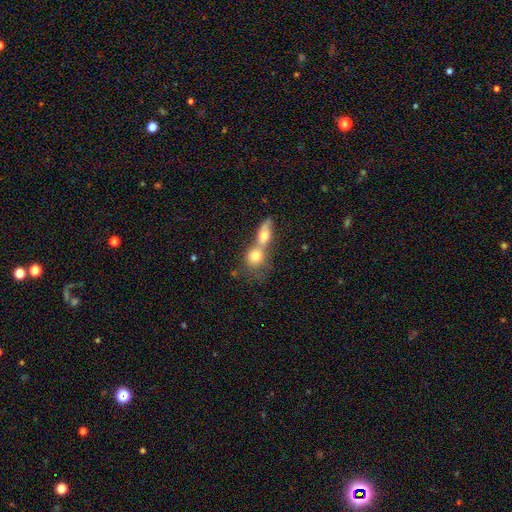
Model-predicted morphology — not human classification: smooth-or-featured: smooth: 72% | featured or disk: 19% | star or artifact: 8%
  how-rounded: round: 60% | in between: 35% | cigar-shaped: 5%
  merging: merger: 72% | none: 19% | minor disturbance: 5% | major disturbance: 4%